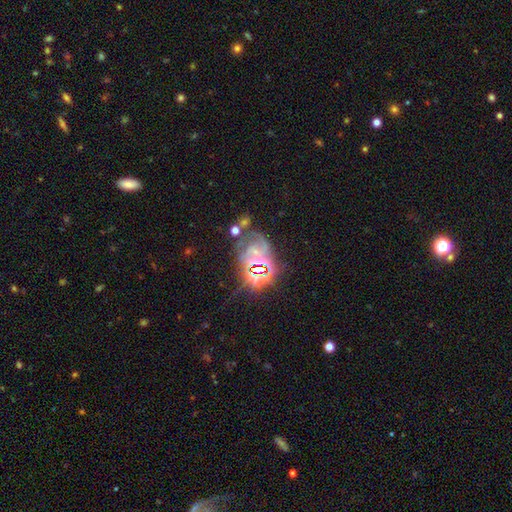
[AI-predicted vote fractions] Smooth or featured?
  - star or artifact: 52% *
  - featured or disk: 34%
  - smooth: 14%